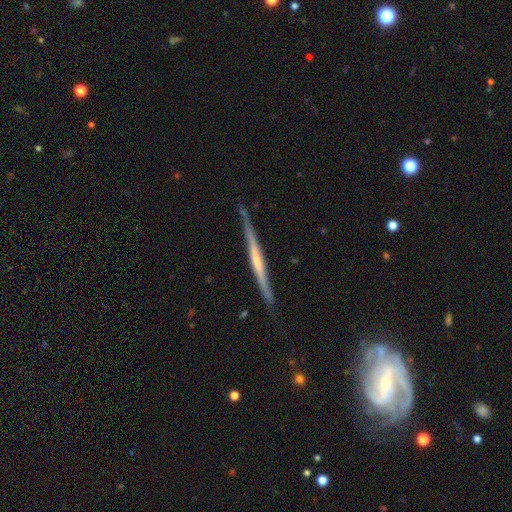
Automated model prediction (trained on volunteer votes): Smooth or featured? featured or disk (72%)
Edge-on disk? yes (97%)
Edge-on bulge? none (63%)
Merging? none (85%)